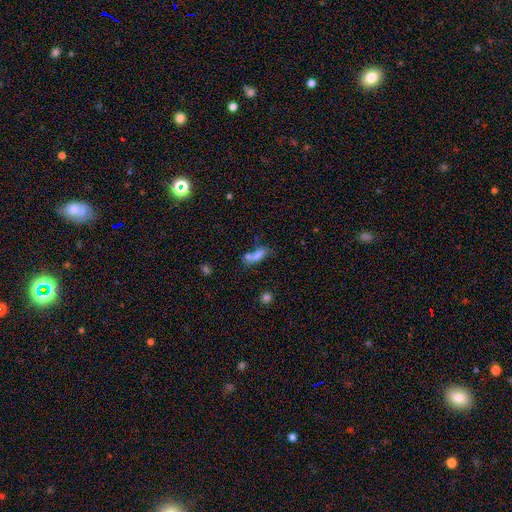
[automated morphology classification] Q: Smooth or featured?
A: smooth (71%); runner-up: featured or disk (16%)
Q: How rounded?
A: in between (63%); runner-up: cigar-shaped (32%)
Q: Merging?
A: merger (39%); runner-up: none (36%)